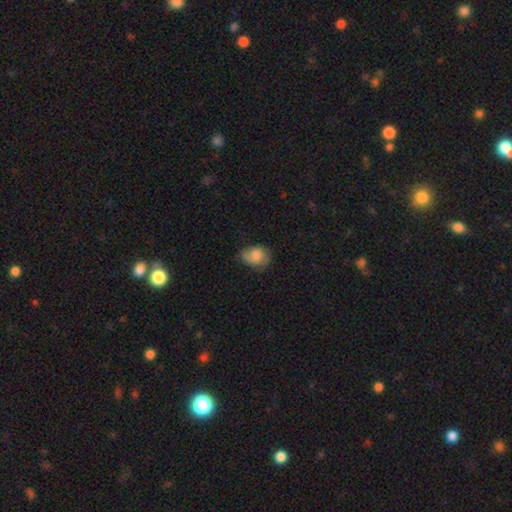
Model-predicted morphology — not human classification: Smooth or featured? smooth (74%)
How rounded? in between (54%)
Merging? none (48%)